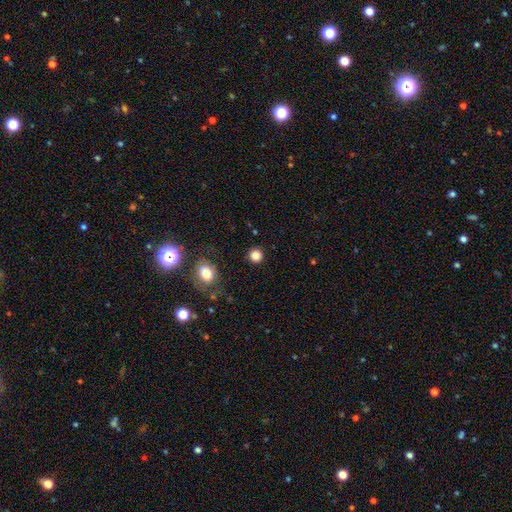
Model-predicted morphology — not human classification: A smooth galaxy with no disk features (84%) that is round (93%).

Vote fractions:
- Smooth or featured? smooth: 84% / star or artifact: 12% / featured or disk: 4%
- How rounded? round: 93% / in between: 6% / cigar-shaped: 1%
- Merging? none: 90% / minor disturbance: 6% / major disturbance: 2% / merger: 2%